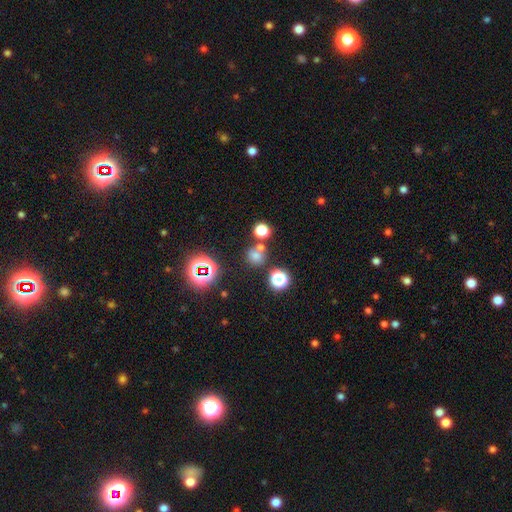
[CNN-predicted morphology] smooth-or-featured: smooth: 63% | star or artifact: 28% | featured or disk: 8%
  how-rounded: round: 83% | in between: 16% | cigar-shaped: 1%
  merging: none: 63% | merger: 23% | minor disturbance: 10% | major disturbance: 4%